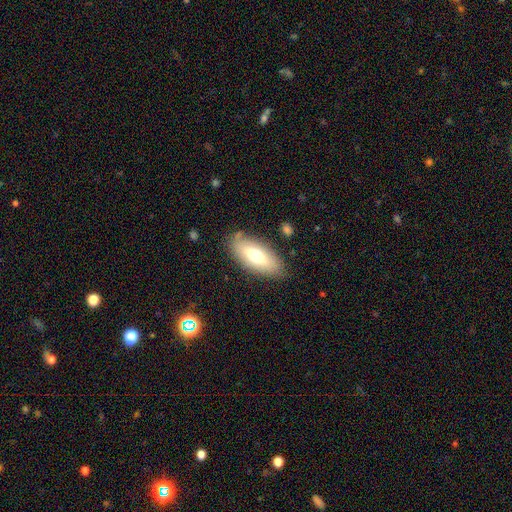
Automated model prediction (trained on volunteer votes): Smooth or featured? Predicted: smooth (p=0.66). How rounded? Predicted: in between (p=0.81). Merging? Predicted: none (p=0.81).